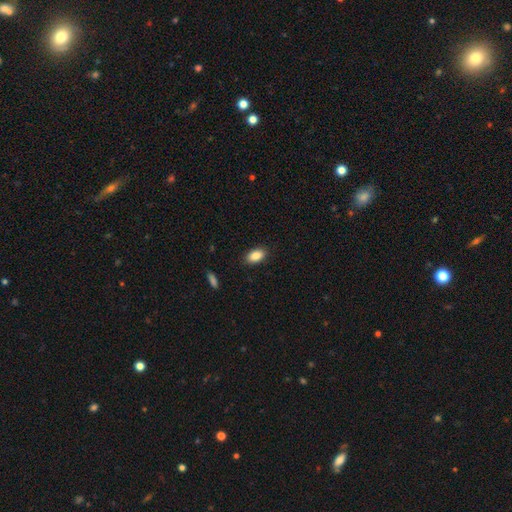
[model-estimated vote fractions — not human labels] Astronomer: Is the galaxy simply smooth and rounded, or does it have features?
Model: smooth — 87%.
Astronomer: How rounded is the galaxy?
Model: in between — 92%.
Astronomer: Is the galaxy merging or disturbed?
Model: none — 88%.